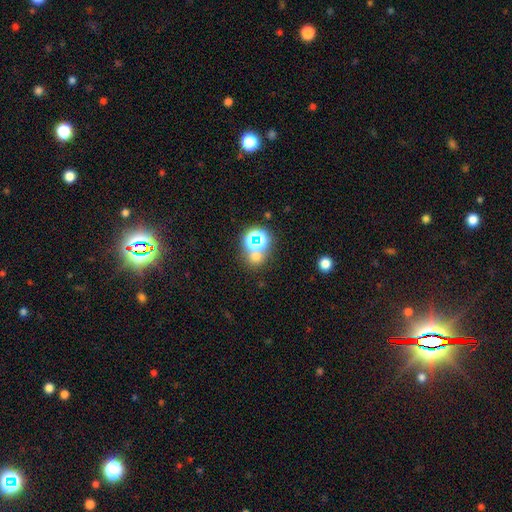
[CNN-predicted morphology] This appears to be a smooth galaxy with no disk features (49%). Merging: none (62%).